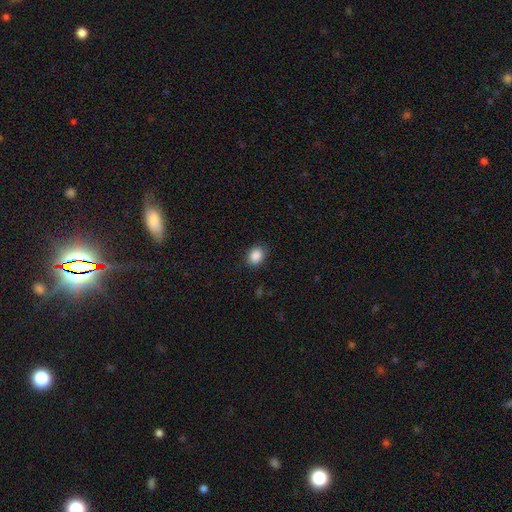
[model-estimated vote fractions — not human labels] smooth-or-featured: smooth: 88% | star or artifact: 9% | featured or disk: 3%
  how-rounded: in between: 54% | round: 45% | cigar-shaped: 1%
  merging: none: 84% | minor disturbance: 12% | major disturbance: 3% | merger: 1%